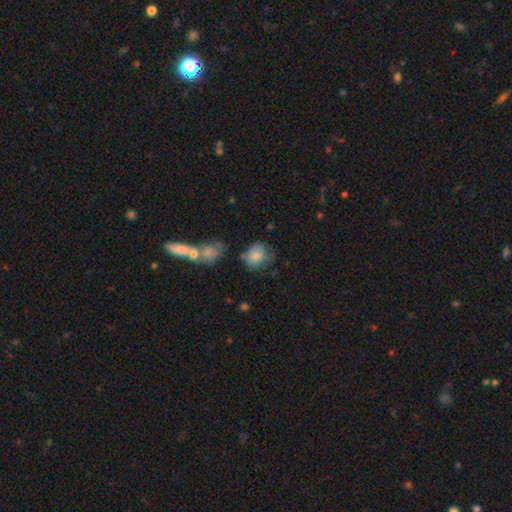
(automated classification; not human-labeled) Q: Smooth or featured?
A: smooth (77%); runner-up: featured or disk (14%)
Q: How rounded?
A: round (53%); runner-up: in between (46%)
Q: Merging?
A: none (49%); runner-up: minor disturbance (28%)